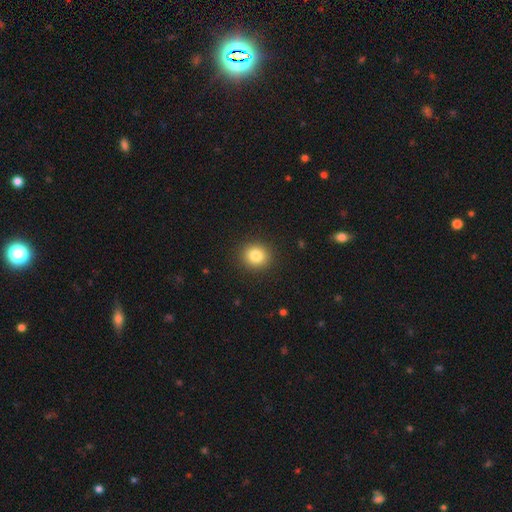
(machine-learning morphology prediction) Smooth or featured?
  - smooth: 83% *
  - star or artifact: 10%
  - featured or disk: 7%
How rounded?
  - round: 83% *
  - in between: 16%
  - cigar-shaped: 1%
Merging?
  - none: 91% *
  - minor disturbance: 6%
  - major disturbance: 2%
  - merger: 1%